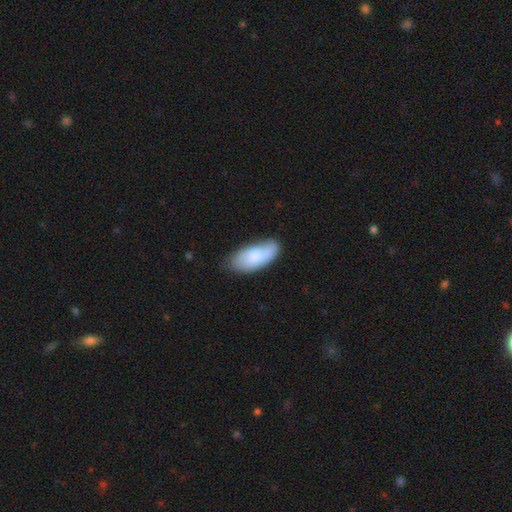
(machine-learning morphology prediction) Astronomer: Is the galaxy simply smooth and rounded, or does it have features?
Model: smooth — 76%.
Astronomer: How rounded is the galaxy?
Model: in between — 88%.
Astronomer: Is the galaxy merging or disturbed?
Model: none — 69%.